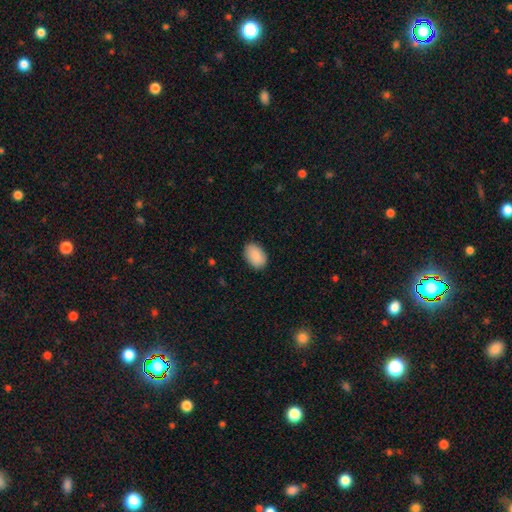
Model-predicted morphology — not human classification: This is clearly a smooth galaxy (90%). How rounded: clearly in between (87%). Merging: clearly none (86%).